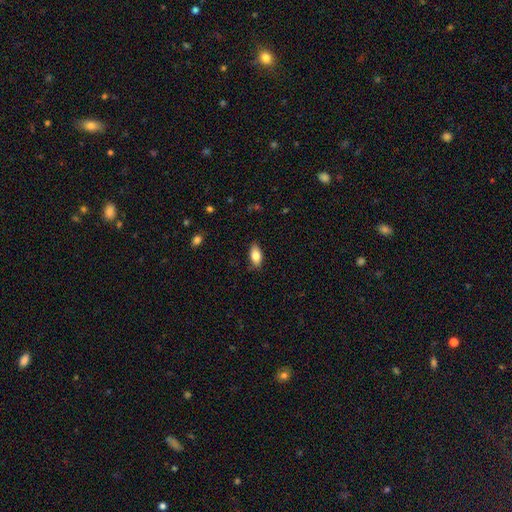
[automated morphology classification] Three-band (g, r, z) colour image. It shows a smooth galaxy with no disk features (82%) that is in between round and cigar-shaped (89%). Merging: none (81%).